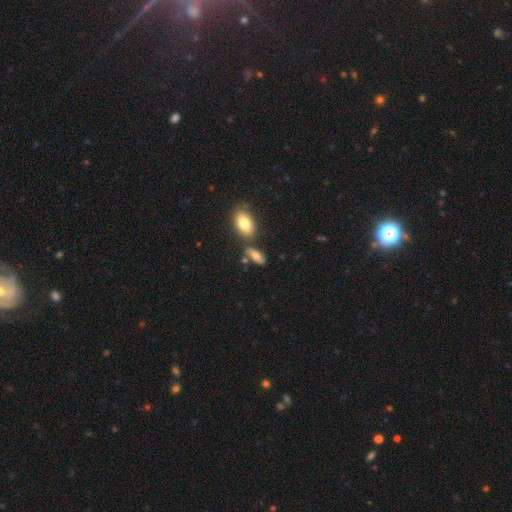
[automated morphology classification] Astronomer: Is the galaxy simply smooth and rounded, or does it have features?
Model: smooth — 74%.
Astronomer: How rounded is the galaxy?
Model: in between — 83%.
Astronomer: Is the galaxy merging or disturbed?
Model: none — 64%.